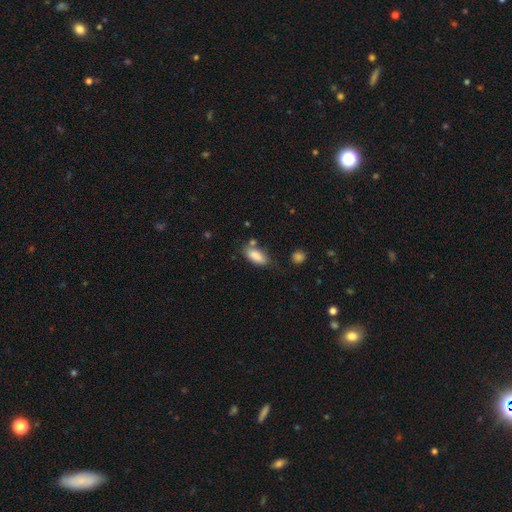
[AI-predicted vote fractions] Smooth or featured? Predicted: smooth (p=0.84). How rounded? Predicted: in between (p=0.83). Merging? Predicted: none (p=0.59).